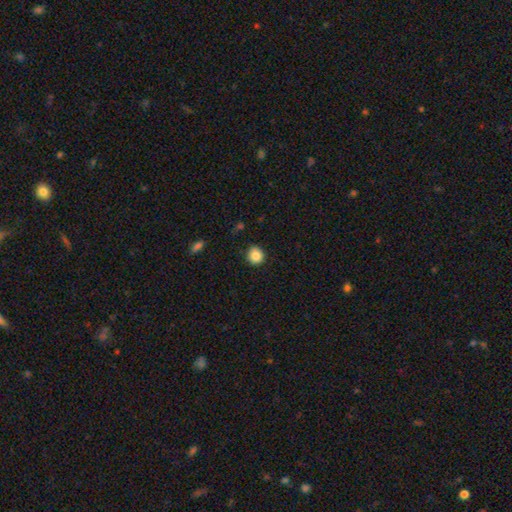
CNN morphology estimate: smooth 86%, star or artifact 9%, featured or disk 5%. Down the decision tree: how rounded — round (85%); merging — none (86%).